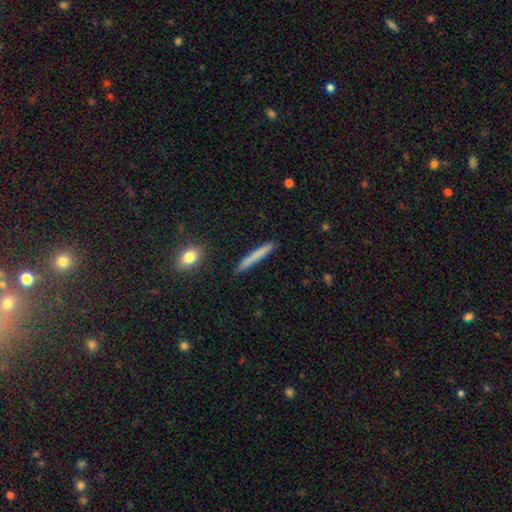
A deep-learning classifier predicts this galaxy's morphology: Smooth or featured? smooth (74%)
How rounded? cigar-shaped (96%)
Merging? none (90%)